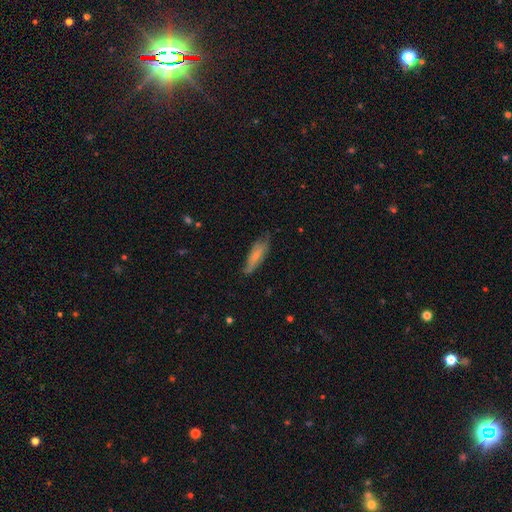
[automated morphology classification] type=smooth (62%); roundness=in between (52%); merging=none (60%).